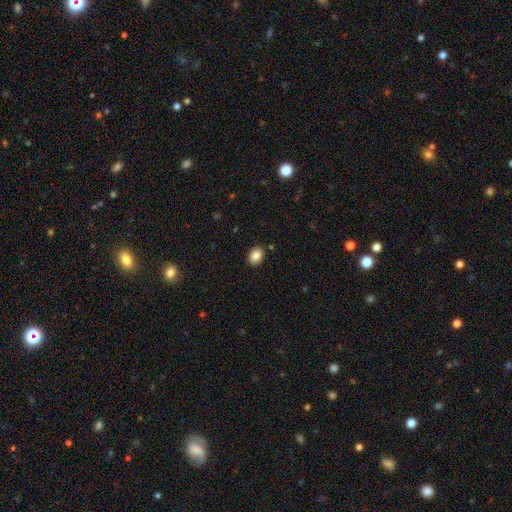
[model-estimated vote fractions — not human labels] smooth 87%, star or artifact 9%, featured or disk 4%. Down the decision tree: how rounded — in between (62%); merging — none (89%).